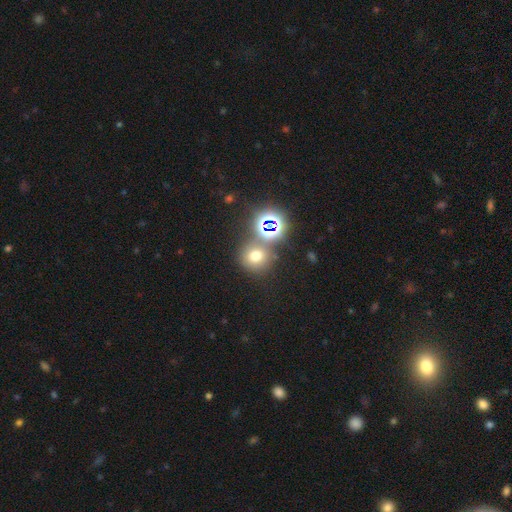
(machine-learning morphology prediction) The model was most divided on "smooth or featured": smooth: 61%, star or artifact: 30%, featured or disk: 10%. More confident: how rounded — round (88%); merging — none (69%).